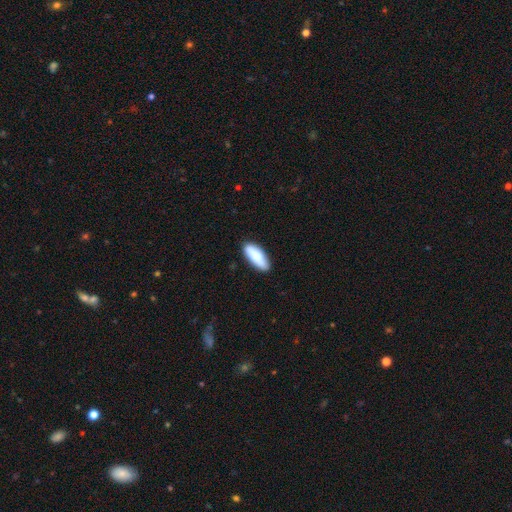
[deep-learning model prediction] smooth-or-featured: smooth: 86% | featured or disk: 8% | star or artifact: 6%
  how-rounded: in between: 66% | cigar-shaped: 32% | round: 2%
  merging: none: 86% | minor disturbance: 11% | major disturbance: 2% | merger: 1%